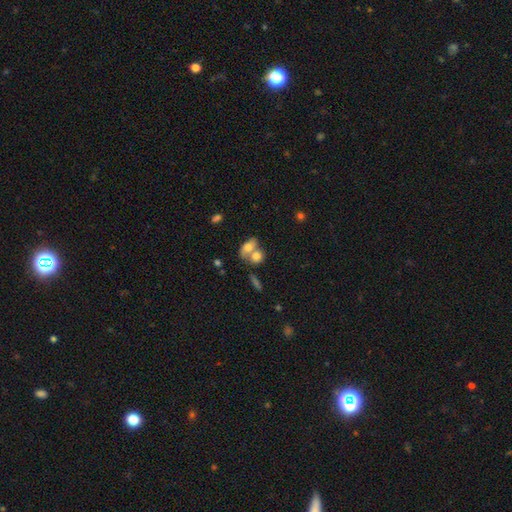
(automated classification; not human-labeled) Smooth or featured? smooth (71%)
How rounded? in between (59%)
Merging? merger (58%)